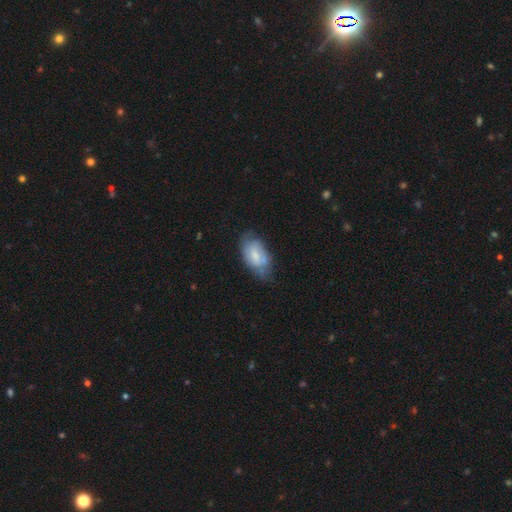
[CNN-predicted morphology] A smooth galaxy with no disk features (59%) that is in between round and cigar-shaped (92%).

Vote fractions:
- Smooth or featured? smooth: 59% / featured or disk: 34% / star or artifact: 7%
- How rounded? in between: 92% / round: 6% / cigar-shaped: 2%
- Merging? none: 47% / minor disturbance: 36% / major disturbance: 13% / merger: 4%